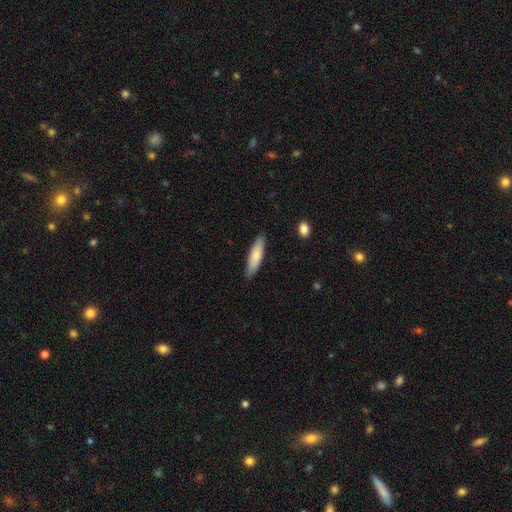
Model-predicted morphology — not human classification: type=smooth (75%); roundness=cigar-shaped (67%); merging=none (87%).